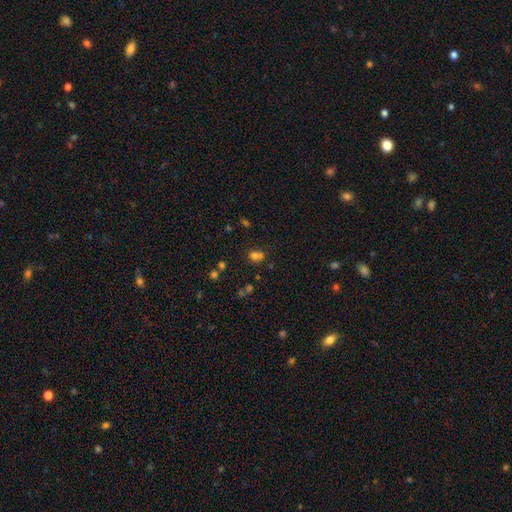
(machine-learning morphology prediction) Smooth or featured: smooth — 65% (star or artifact — 23%)
How rounded: round — 70% (in between — 29%)
Merging: none — 47% (merger — 36%)